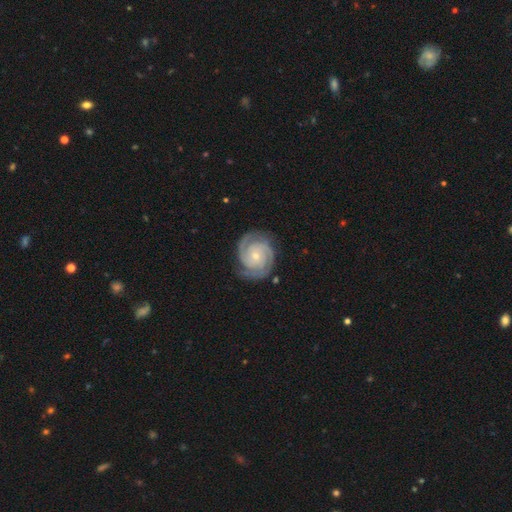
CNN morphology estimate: A featured or disk galaxy (91%) with no bar (73%), 2 (60%) tight (70%) spiral arms (98%) and a small central bulge (70%).

Vote fractions:
- Smooth or featured? featured or disk: 91% / smooth: 5% / star or artifact: 4%
- Edge-on disk? no: 98% / yes: 2%
- Bar? no: 73% / weak: 21% / strong: 6%
- Spiral arms? yes: 98% / no: 2%
- Spiral winding? tight: 70% / medium: 26% / loose: 3%
- Spiral arm count? 2: 60% / 3: 24% / can't tell: 6% / 4: 4% / 1: 3% / more than 4: 3%
- Bulge size? small: 70% / moderate: 26% / none: 2% / large: 1% / dominant: 1%
- Merging? none: 81% / minor disturbance: 14% / major disturbance: 4% / merger: 1%